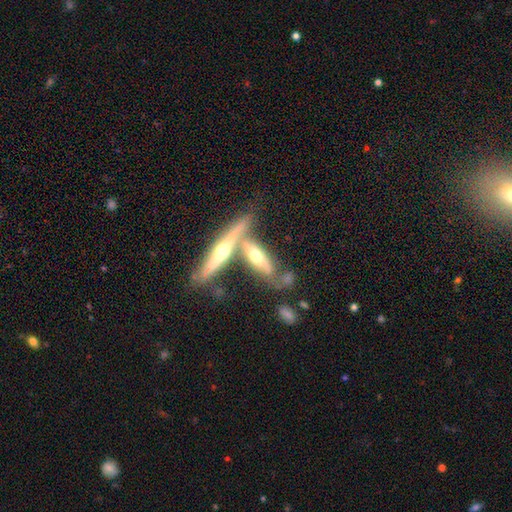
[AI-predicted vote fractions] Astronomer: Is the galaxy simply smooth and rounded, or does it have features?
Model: featured or disk — 61%.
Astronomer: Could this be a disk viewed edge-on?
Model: yes — 85%.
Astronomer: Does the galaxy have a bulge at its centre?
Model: rounded — 93%.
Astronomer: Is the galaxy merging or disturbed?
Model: none — 43% (runner-up: merger, 41%).